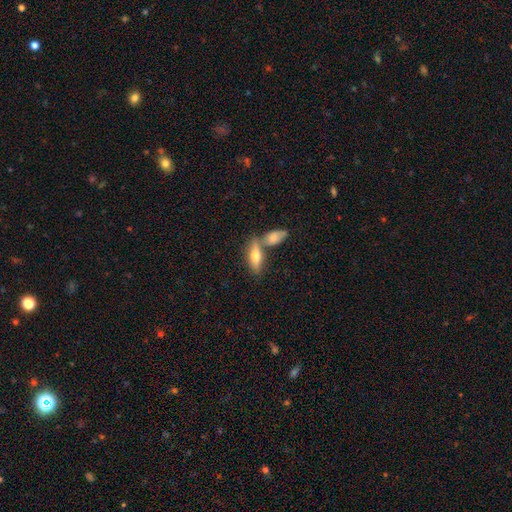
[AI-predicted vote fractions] A smooth galaxy with no disk features (68%) that is in between round and cigar-shaped (67%).

Vote fractions:
- Smooth or featured? smooth: 68% / featured or disk: 25% / star or artifact: 6%
- How rounded? in between: 67% / cigar-shaped: 30% / round: 3%
- Merging? none: 50% / merger: 36% / minor disturbance: 10% / major disturbance: 4%